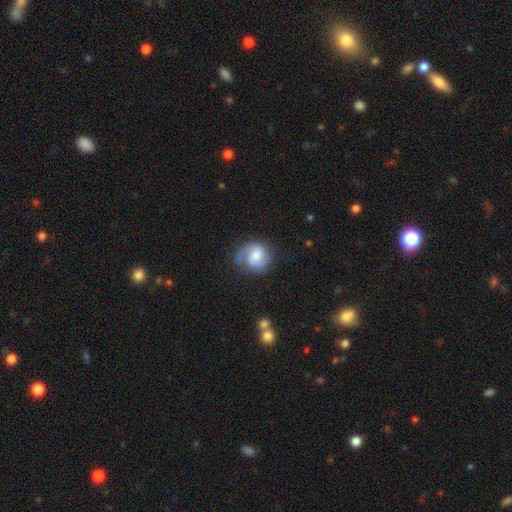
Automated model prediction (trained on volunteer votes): This is likely a featured or disk galaxy (69%). It is clearly not viewed edge-on (98%). Bar: possibly weak (49%). Spiral arm pattern: clearly yes (93%). Spiral arm count: likely 2 (75%). Spiral winding: possibly medium (48%). Central bulge: marginally moderate (42%). Merging: likely none (67%).